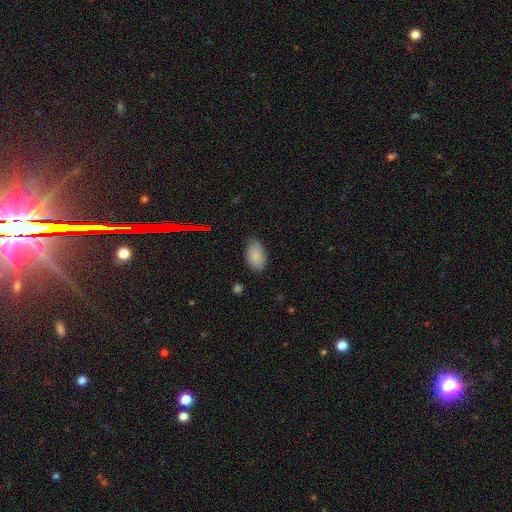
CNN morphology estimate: The model was most divided on "merging": none: 70%, minor disturbance: 24%, major disturbance: 4%, merger: 1%. More confident: how rounded — in between (92%); smooth or featured — smooth (83%).